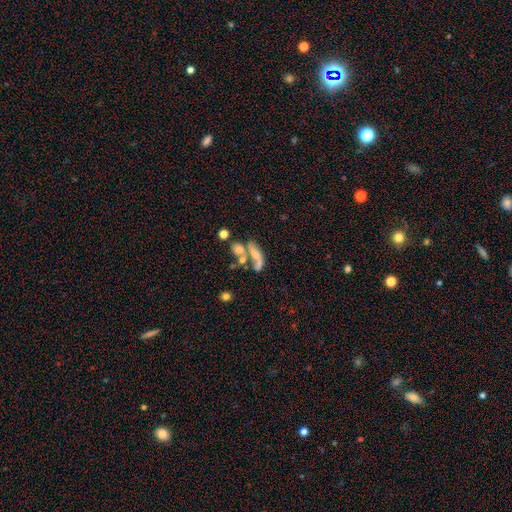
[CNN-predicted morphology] Overall: featured or disk (45%; smooth 41%). Merging: merger (50%; none 20%).